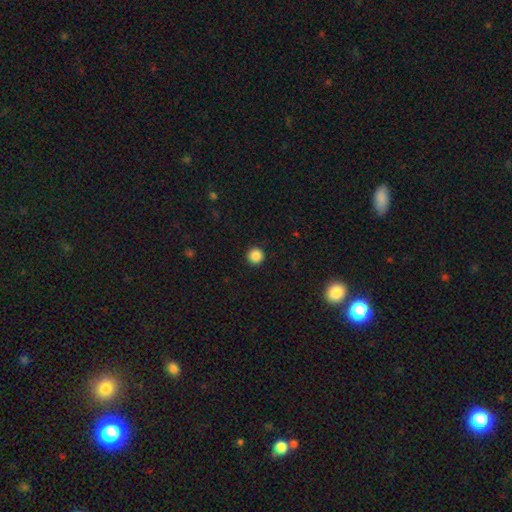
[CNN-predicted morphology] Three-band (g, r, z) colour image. It shows a smooth galaxy with no disk features (87%) that is round (96%). Merging: none (93%).